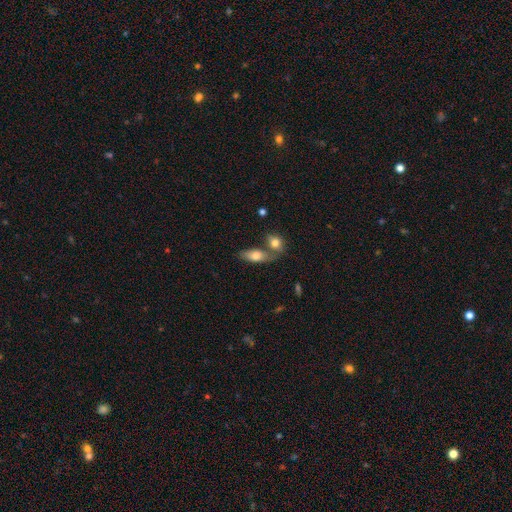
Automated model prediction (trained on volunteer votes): Smooth or featured: smooth — 75% (featured or disk — 18%)
How rounded: in between — 79% (cigar-shaped — 15%)
Merging: none — 41% (tied with merger — 41%)